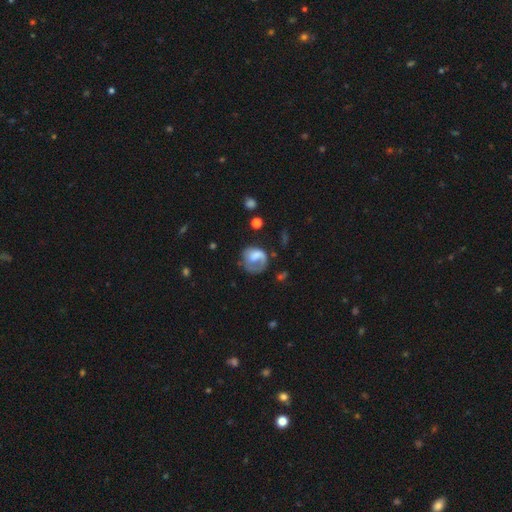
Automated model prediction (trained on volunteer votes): Smooth or featured? smooth (54%)
How rounded? round (66%)
Merging? none (40%)